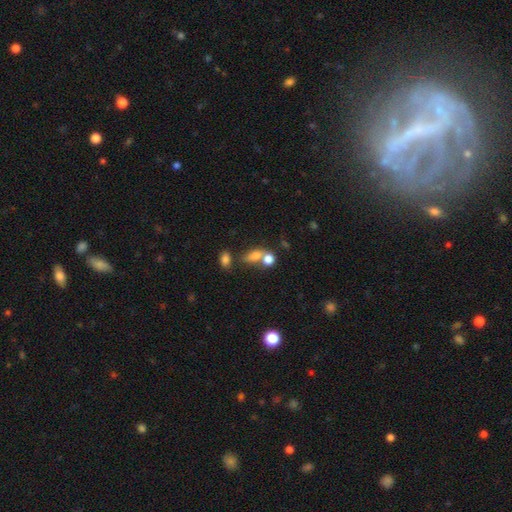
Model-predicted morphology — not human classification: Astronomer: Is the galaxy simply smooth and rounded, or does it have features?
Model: smooth — 72%.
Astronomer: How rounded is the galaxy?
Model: in between — 61%.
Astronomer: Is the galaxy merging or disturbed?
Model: merger — 40%, tied with none at 40%.